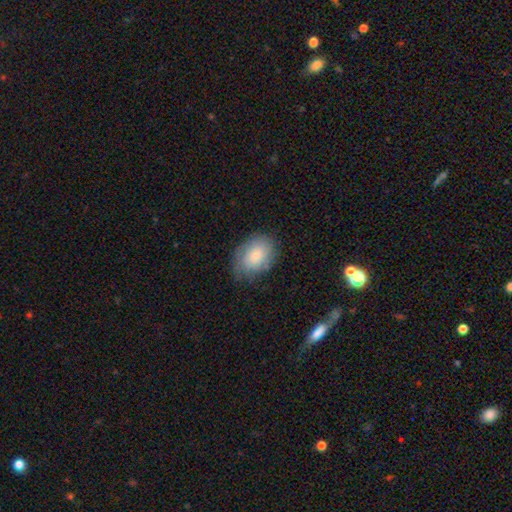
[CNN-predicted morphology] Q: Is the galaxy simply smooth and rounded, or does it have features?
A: smooth — 72%.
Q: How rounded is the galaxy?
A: in between — 79%.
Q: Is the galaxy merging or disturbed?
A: none — 70%.